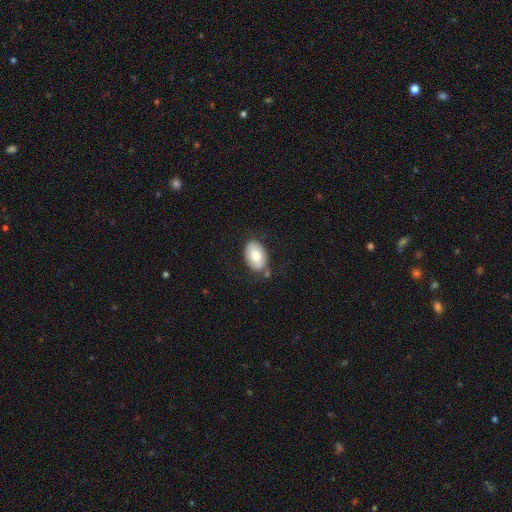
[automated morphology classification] type=smooth (77%); roundness=in between (90%); merging=none (77%).